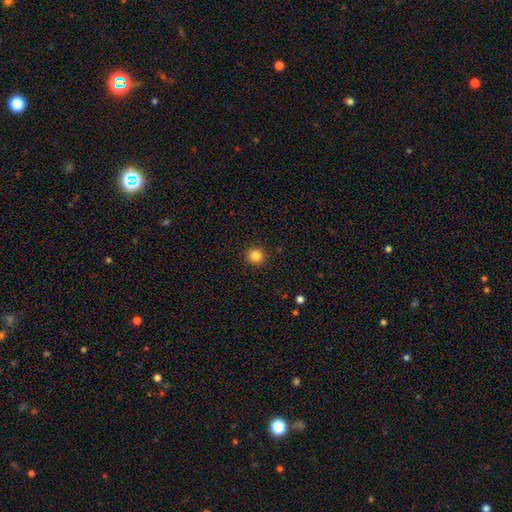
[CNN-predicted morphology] A smooth galaxy with no disk features (84%) that is round (94%).

Vote fractions:
- Smooth or featured? smooth: 84% / star or artifact: 12% / featured or disk: 4%
- How rounded? round: 94% / in between: 5% / cigar-shaped: 1%
- Merging? none: 92% / minor disturbance: 5% / major disturbance: 2% / merger: 1%